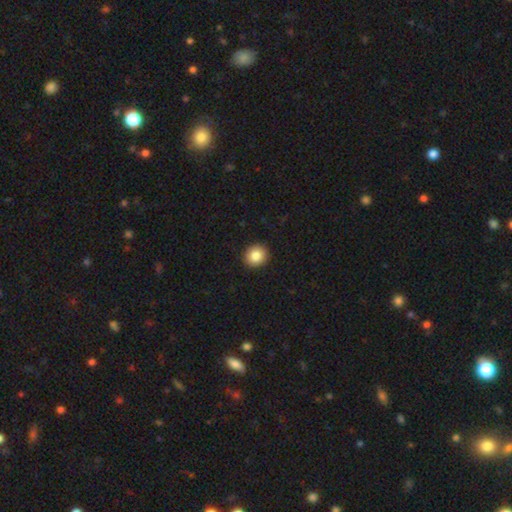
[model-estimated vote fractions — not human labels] The model was most divided on "how rounded": round: 86%, in between: 13%, cigar-shaped: 1%. More confident: merging — none (93%); smooth or featured — smooth (85%).